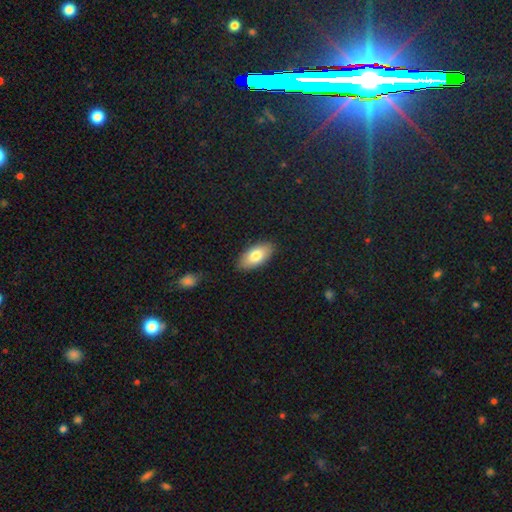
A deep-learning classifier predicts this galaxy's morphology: A smooth galaxy with no disk features (79%) that is in between round and cigar-shaped (92%).

Vote fractions:
- Smooth or featured? smooth: 79% / featured or disk: 15% / star or artifact: 6%
- How rounded? in between: 92% / cigar-shaped: 5% / round: 3%
- Merging? none: 87% / minor disturbance: 10% / major disturbance: 2% / merger: 1%